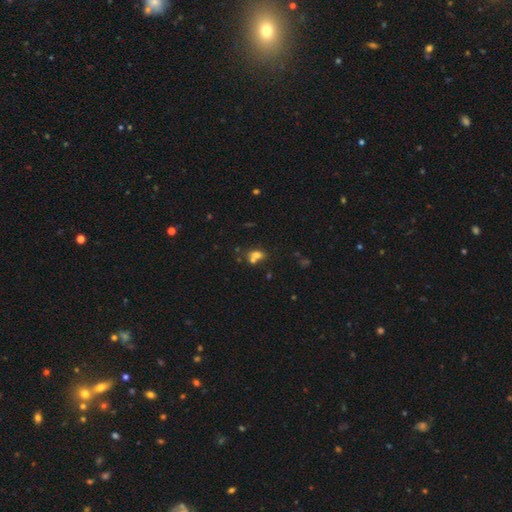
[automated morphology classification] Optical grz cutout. It shows a smooth galaxy with no disk features (63%) that is in between round and cigar-shaped (54%). Merging: merger (51%).